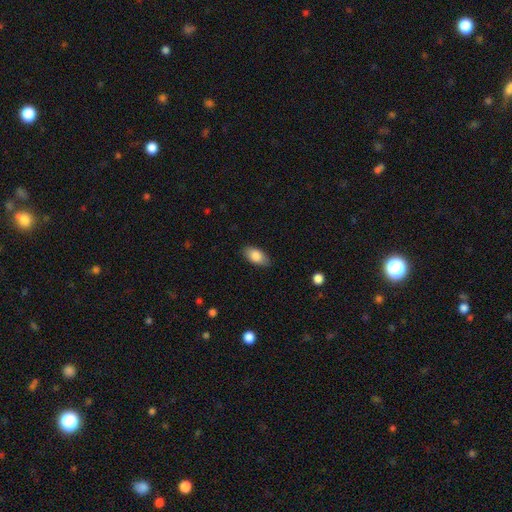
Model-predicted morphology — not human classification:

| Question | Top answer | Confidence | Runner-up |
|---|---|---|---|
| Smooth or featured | smooth | 85% | featured or disk (9%) |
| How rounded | in between | 93% | round (4%) |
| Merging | none | 85% | minor disturbance (11%) |